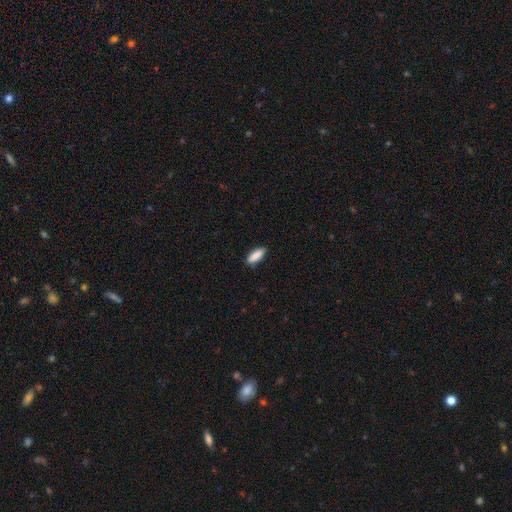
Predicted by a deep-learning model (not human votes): smooth 89%, star or artifact 6%, featured or disk 5%. Down the decision tree: how rounded — in between (64%); merging — none (87%).